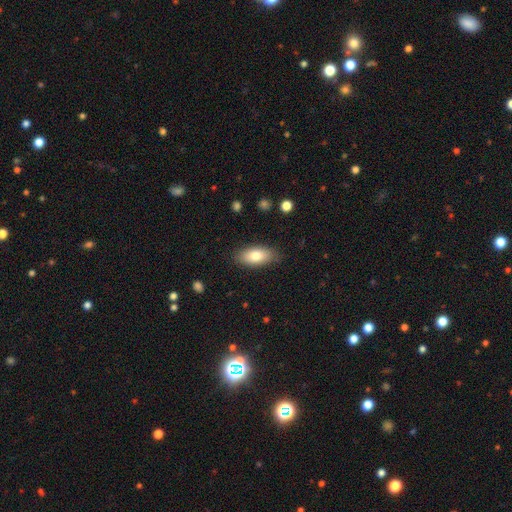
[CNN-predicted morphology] Overall: smooth (78%). How rounded: in between (88%). Merging: none (83%).